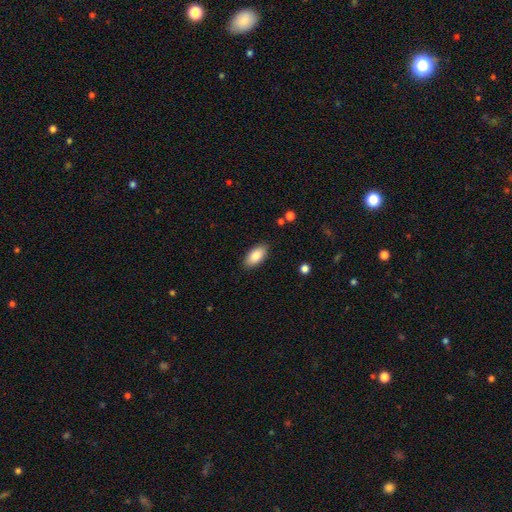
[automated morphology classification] This is clearly a smooth galaxy (84%). How rounded: clearly in between (91%). Merging: clearly none (88%).